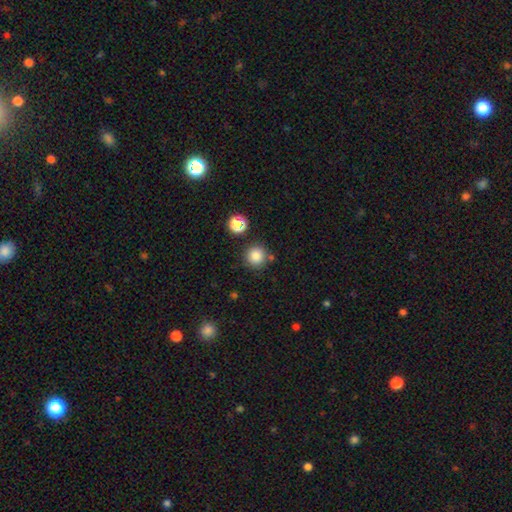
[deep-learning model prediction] Overall: smooth (83%). How rounded: round (94%). Merging: none (81%).